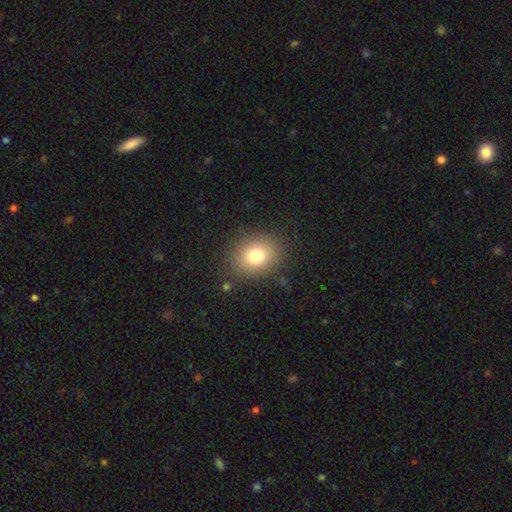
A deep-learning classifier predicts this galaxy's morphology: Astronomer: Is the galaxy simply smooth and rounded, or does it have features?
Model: smooth — 78%.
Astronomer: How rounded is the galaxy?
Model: round — 53% (runner-up: in between, 46%).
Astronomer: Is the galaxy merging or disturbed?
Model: none — 84%.